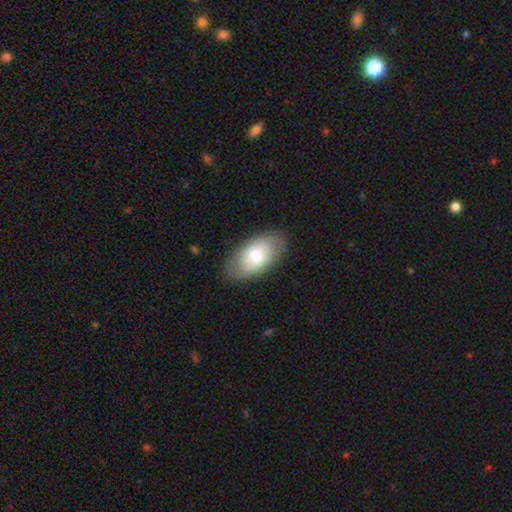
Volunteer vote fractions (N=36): Smooth or featured? smooth (64%)
How rounded? in between (91%)
Merging? none (82%)